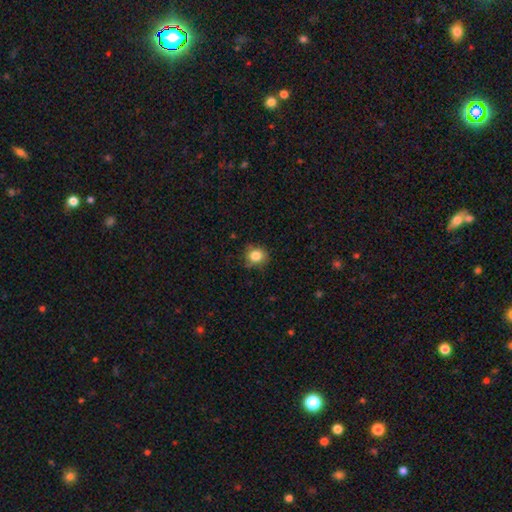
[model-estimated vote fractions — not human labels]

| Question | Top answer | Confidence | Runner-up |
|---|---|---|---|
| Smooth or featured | smooth | 83% | star or artifact (11%) |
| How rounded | round | 79% | in between (20%) |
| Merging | none | 75% | minor disturbance (19%) |